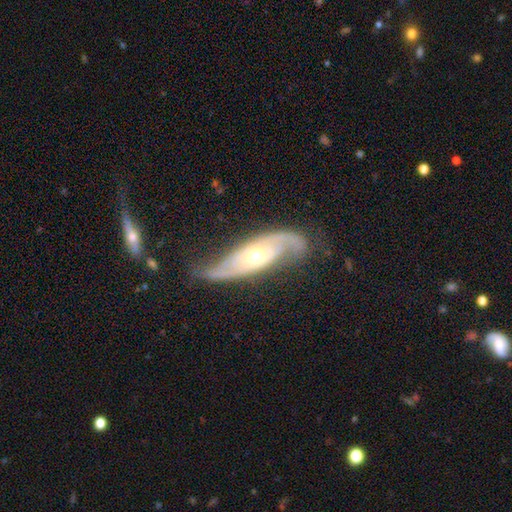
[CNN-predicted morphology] Overall: featured or disk (86%). Edge-on disk: no (88%). Bar: no (67%). Spiral arms: yes (95%). Spiral arm count: 2 (85%). Spiral winding: medium (42%; tight 33%). Bulge size: moderate (61%; small 33%). Merging: none (66%).